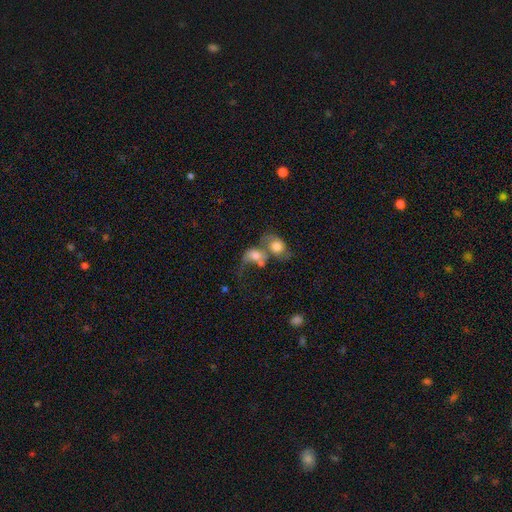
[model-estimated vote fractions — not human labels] Morphology: type=smooth (60%); roundness=in between (53%); merging=merger (71%).